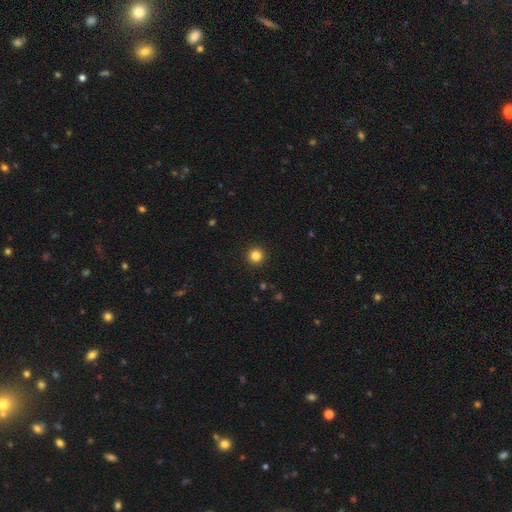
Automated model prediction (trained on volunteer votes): A smooth galaxy with no disk features (83%) that is round (96%). Merging: none (93%).